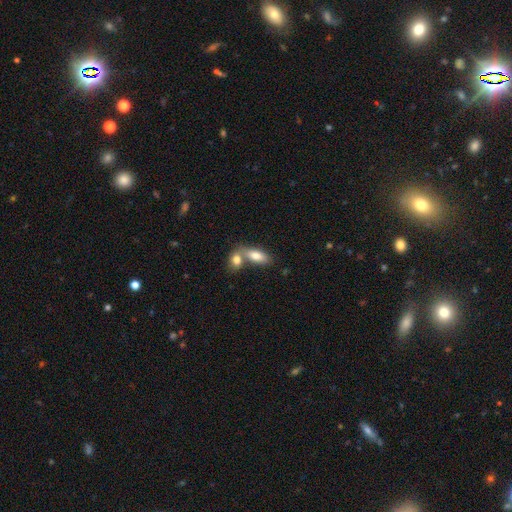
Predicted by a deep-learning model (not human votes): This appears to be a smooth galaxy with no disk features (78%) that is in between round and cigar-shaped (82%). Merging: merger (54%).